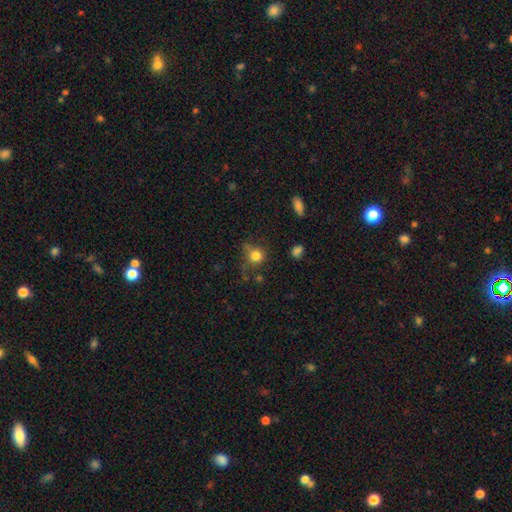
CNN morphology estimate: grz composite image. It shows a smooth galaxy with no disk features (80%) that is round (84%). Merging: none (60%).